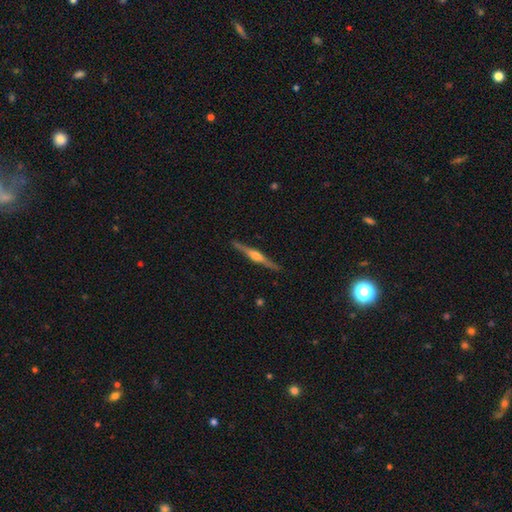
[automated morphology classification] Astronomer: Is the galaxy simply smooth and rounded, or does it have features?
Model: featured or disk — 79%.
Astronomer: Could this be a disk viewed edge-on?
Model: yes — 98%.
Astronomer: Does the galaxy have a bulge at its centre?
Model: rounded — 89%.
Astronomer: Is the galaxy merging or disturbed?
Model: none — 90%.